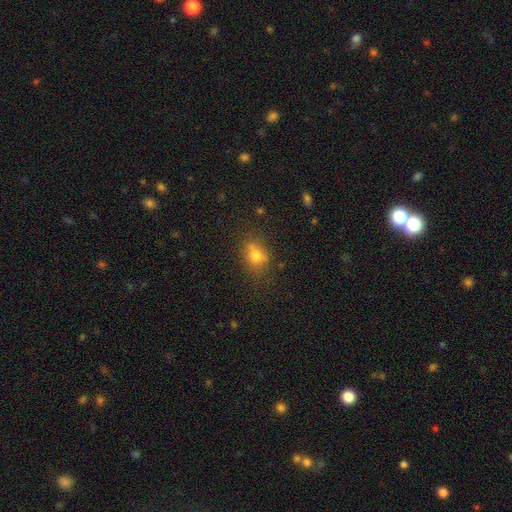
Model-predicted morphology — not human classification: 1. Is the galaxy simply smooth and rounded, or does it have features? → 70% smooth, 16% star or artifact, 14% featured or disk.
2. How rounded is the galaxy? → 57% round, 41% in between, 2% cigar-shaped.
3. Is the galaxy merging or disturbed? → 60% none, 18% minor disturbance, 16% merger, 7% major disturbance.